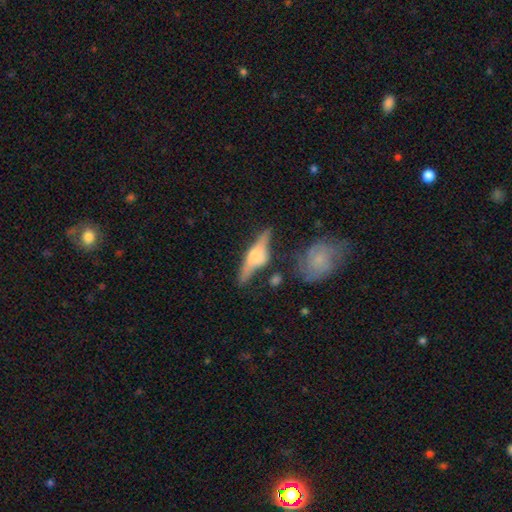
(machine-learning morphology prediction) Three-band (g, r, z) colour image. It shows a featured or disk galaxy (70%) viewed edge-on (90%) with a rounded central bulge (81%). Merging: none (58%).